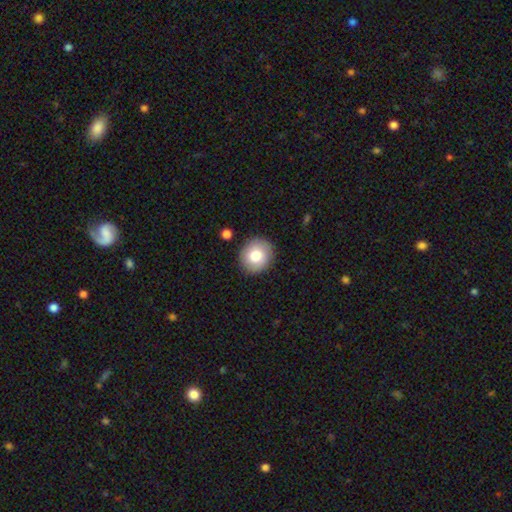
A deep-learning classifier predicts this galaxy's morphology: The model was most divided on "how rounded": round: 78%, in between: 21%, cigar-shaped: 1%. More confident: merging — none (88%); smooth or featured — smooth (81%).